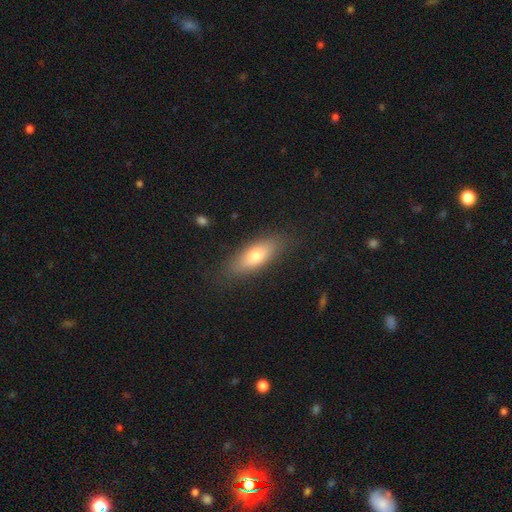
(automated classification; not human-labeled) Smooth or featured? smooth (70%)
How rounded? in between (63%)
Merging? none (85%)